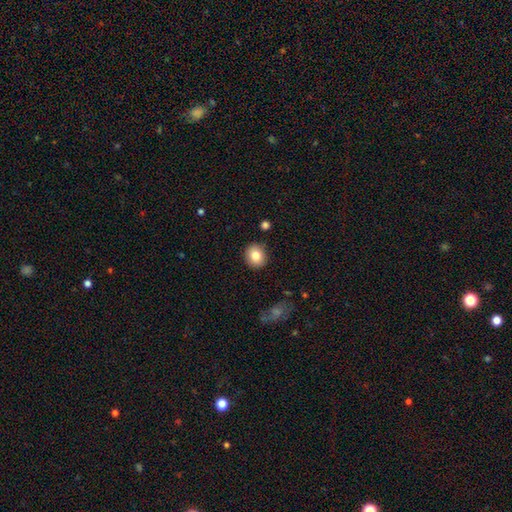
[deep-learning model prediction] Smooth or featured? smooth (83%)
How rounded? round (84%)
Merging? none (88%)